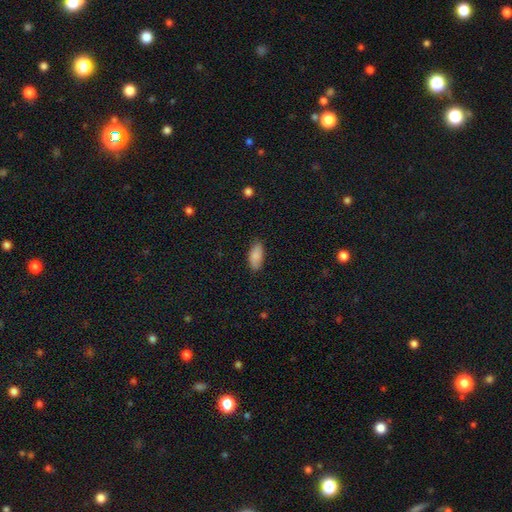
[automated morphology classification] Smooth or featured? smooth (87%)
How rounded? in between (87%)
Merging? none (81%)